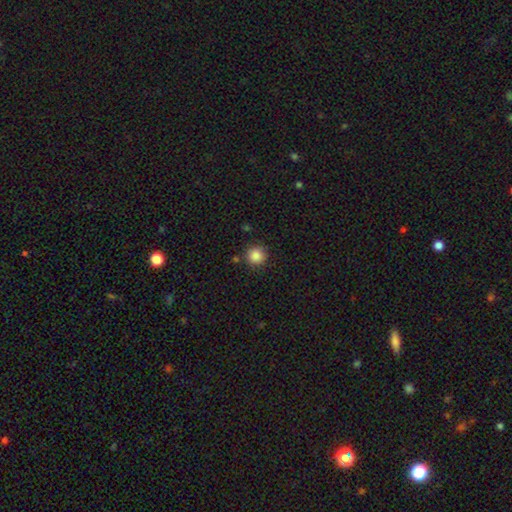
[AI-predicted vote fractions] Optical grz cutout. It shows a smooth galaxy with no disk features (87%) that is round (94%). Merging: none (86%).